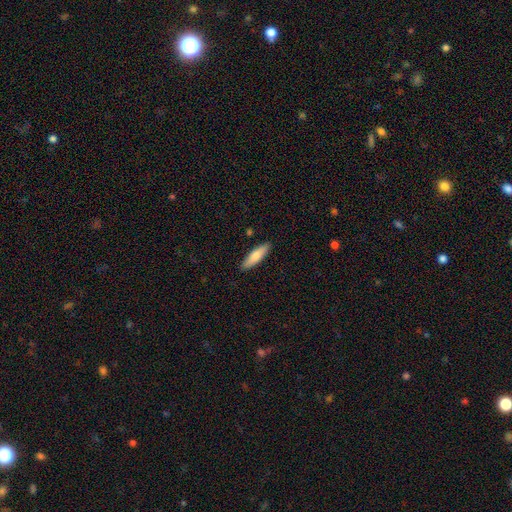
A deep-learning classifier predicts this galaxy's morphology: type=smooth (74%); roundness=cigar-shaped (59%); merging=none (89%).